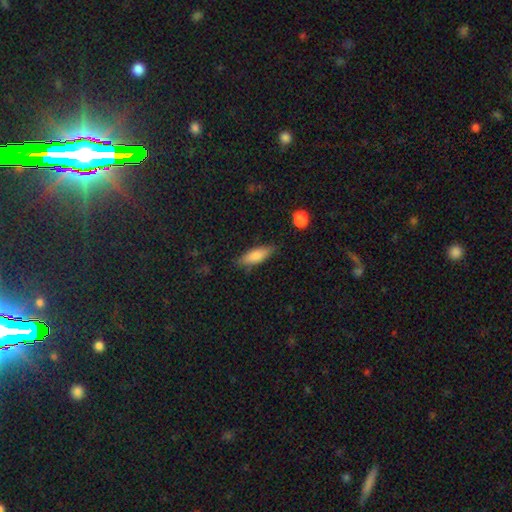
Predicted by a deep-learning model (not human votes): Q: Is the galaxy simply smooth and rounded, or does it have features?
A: smooth — 81%.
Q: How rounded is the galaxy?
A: in between — 63%.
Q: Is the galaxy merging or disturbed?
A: none — 79%.